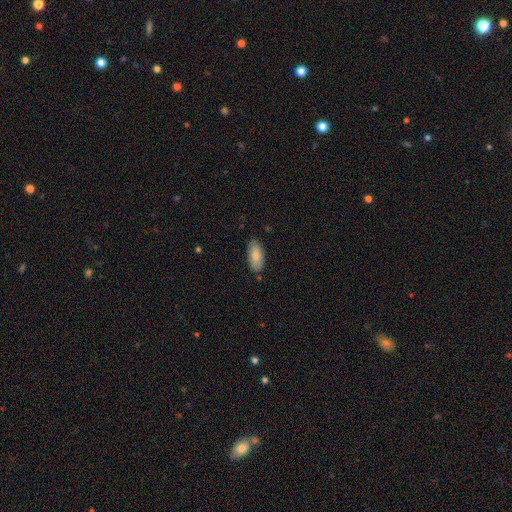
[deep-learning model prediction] A smooth galaxy with no disk features (84%) that is in between round and cigar-shaped (89%). Merging: none (83%).